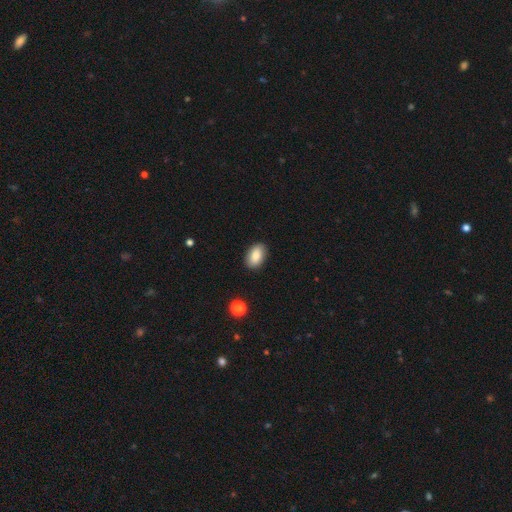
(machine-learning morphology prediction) This is clearly a smooth galaxy (86%). How rounded: clearly in between (91%). Merging: clearly none (88%).